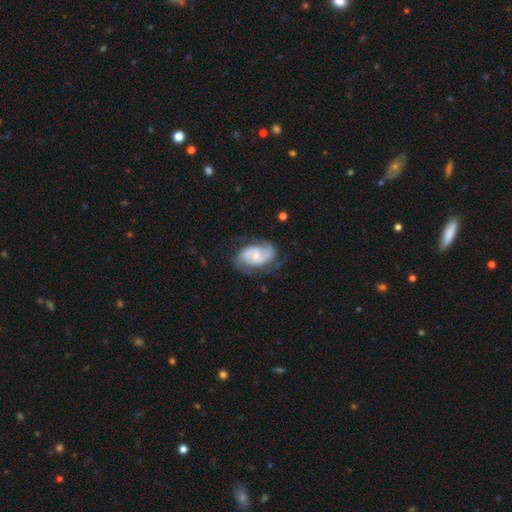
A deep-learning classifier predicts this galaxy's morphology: The model was most divided on "spiral winding": medium: 48%, tight: 37%, loose: 15%. More confident: edge-on disk — no (98%); spiral arms — yes (96%); smooth or featured — featured or disk (84%); spiral arm count — 2 (78%); merging — none (67%); bulge size — small (52%); bar — weak (50%).